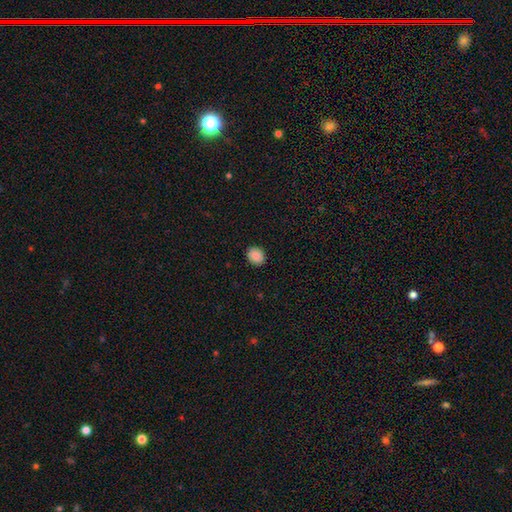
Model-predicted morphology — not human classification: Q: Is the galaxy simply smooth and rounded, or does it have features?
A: smooth — 87%.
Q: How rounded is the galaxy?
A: round — 54%.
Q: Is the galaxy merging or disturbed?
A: none — 91%.